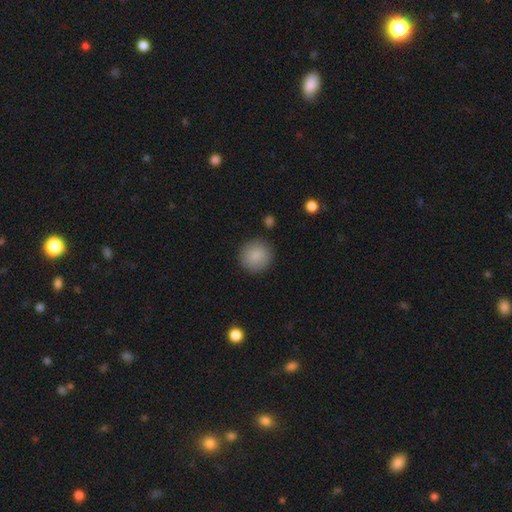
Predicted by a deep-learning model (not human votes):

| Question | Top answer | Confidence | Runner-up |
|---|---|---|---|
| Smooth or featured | smooth | 88% | star or artifact (7%) |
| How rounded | round | 92% | in between (7%) |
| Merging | none | 89% | minor disturbance (7%) |